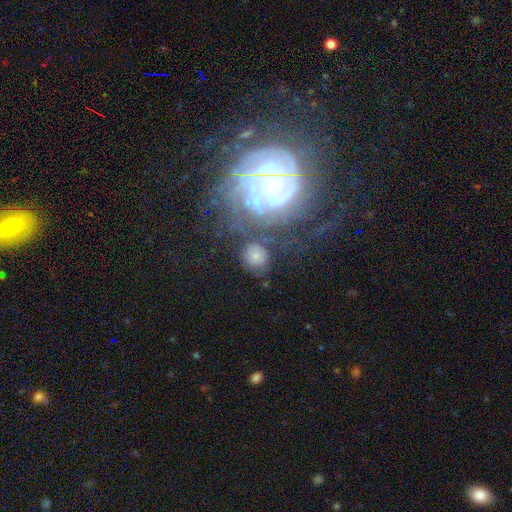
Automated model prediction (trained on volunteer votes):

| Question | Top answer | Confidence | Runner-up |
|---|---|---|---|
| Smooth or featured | smooth | 59% | featured or disk (27%) |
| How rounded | round | 84% | in between (15%) |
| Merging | none | 67% | minor disturbance (14%) |